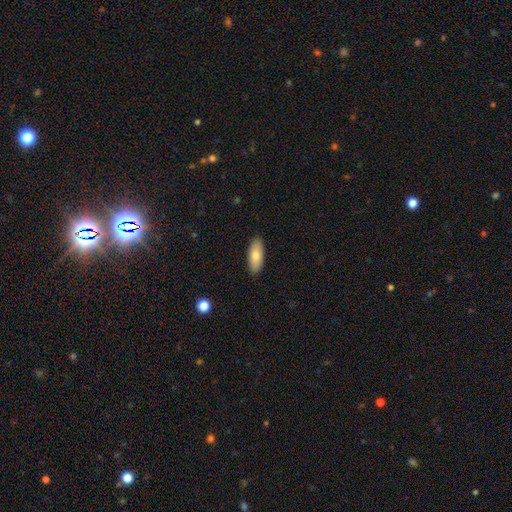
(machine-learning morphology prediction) Smooth or featured?
  - smooth: 79% *
  - featured or disk: 15%
  - star or artifact: 6%
How rounded?
  - in between: 82% *
  - cigar-shaped: 16%
  - round: 2%
Merging?
  - none: 89% *
  - minor disturbance: 8%
  - major disturbance: 2%
  - merger: 1%